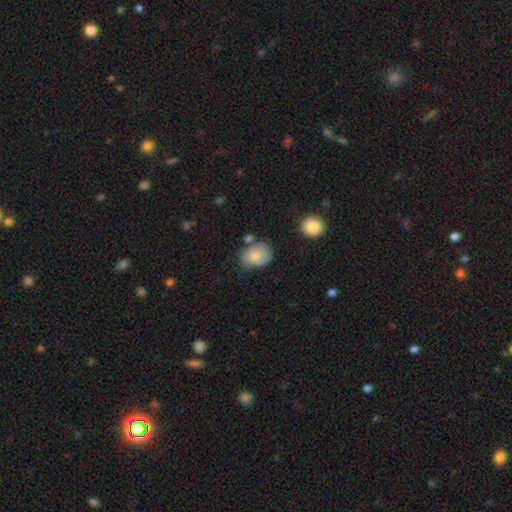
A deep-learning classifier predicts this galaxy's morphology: Smooth or featured? smooth (70%)
How rounded? in between (60%)
Merging? none (52%)